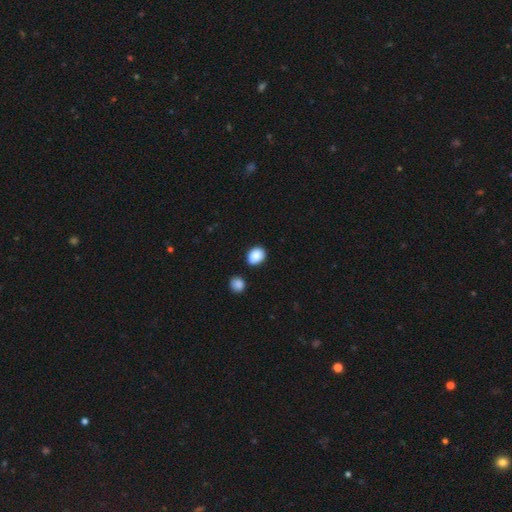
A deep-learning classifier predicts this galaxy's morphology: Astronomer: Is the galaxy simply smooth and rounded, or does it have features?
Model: smooth — 88%.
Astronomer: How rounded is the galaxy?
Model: in between — 55% (runner-up: round, 44%).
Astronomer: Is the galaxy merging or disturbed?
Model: none — 82%.